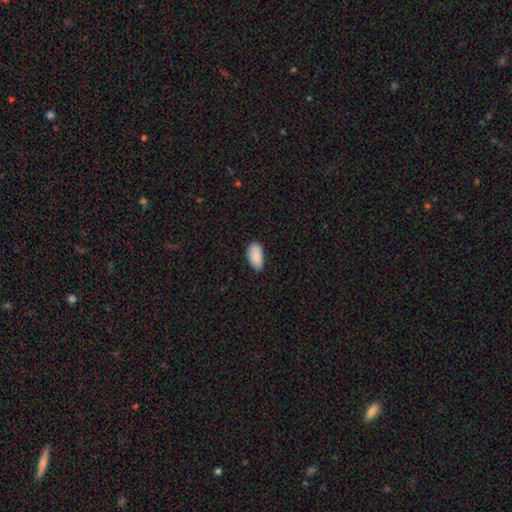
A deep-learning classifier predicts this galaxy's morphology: smooth 86%, featured or disk 8%, star or artifact 7%. Down the decision tree: how rounded — in between (94%); merging — none (72%).